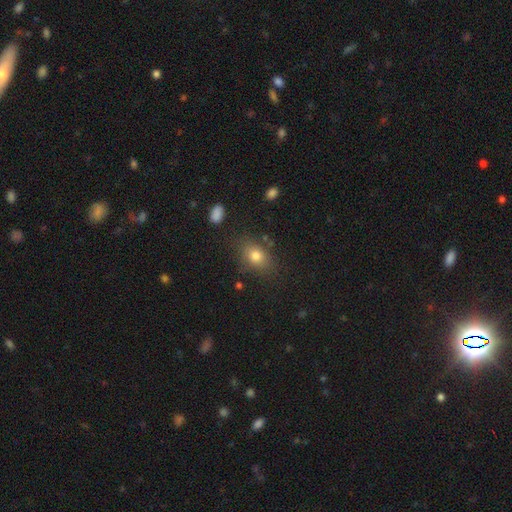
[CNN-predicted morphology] This appears to be a smooth galaxy with no disk features (79%) that is in between round and cigar-shaped (66%). Merging: none (76%).